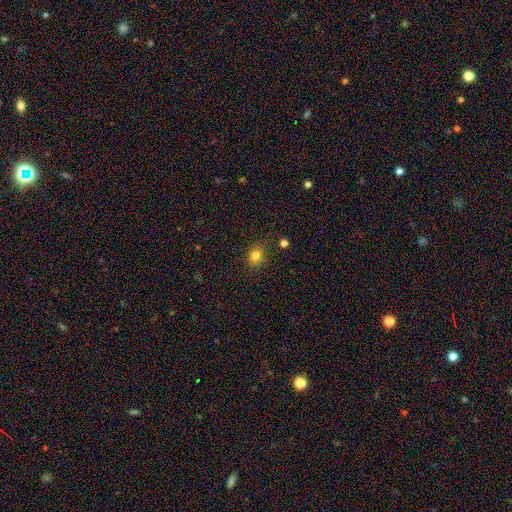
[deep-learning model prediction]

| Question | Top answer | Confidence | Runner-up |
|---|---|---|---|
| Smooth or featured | smooth | 78% | star or artifact (15%) |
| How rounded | round | 74% | in between (25%) |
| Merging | none | 78% | minor disturbance (15%) |